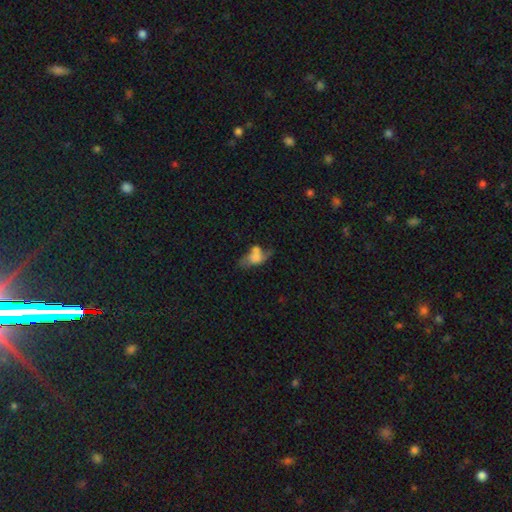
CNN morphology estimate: smooth-or-featured: smooth: 53% | featured or disk: 36% | star or artifact: 11%
  how-rounded: in between: 82% | round: 11% | cigar-shaped: 6%
  merging: merger: 40% | none: 23% | major disturbance: 20% | minor disturbance: 17%